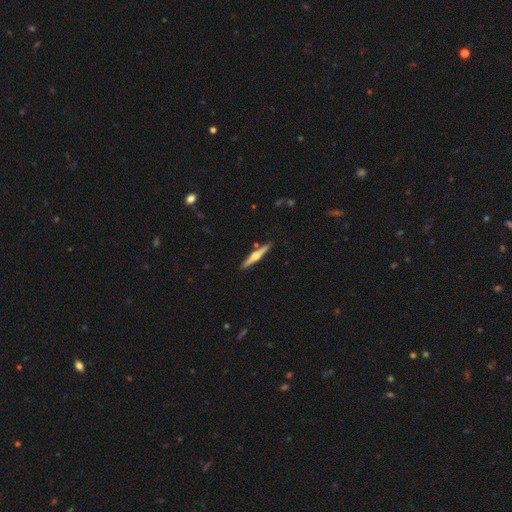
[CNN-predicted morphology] Overall: featured or disk (72%). Edge-on disk: yes (98%). Edge-on bulge: rounded (94%). Merging: none (89%).